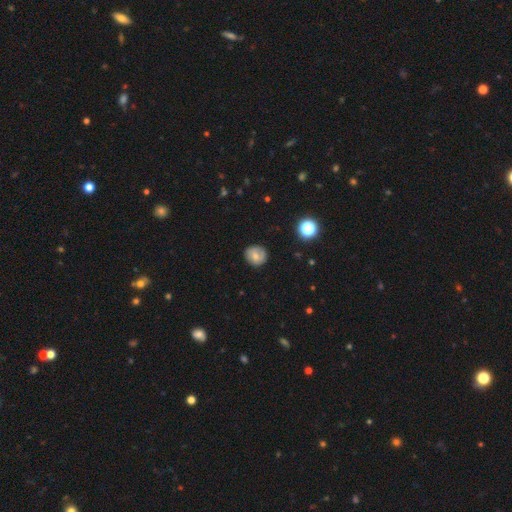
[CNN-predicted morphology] Smooth or featured: smooth — 65% (featured or disk — 25%)
How rounded: round — 85% (in between — 14%)
Merging: none — 82% (minor disturbance — 13%)